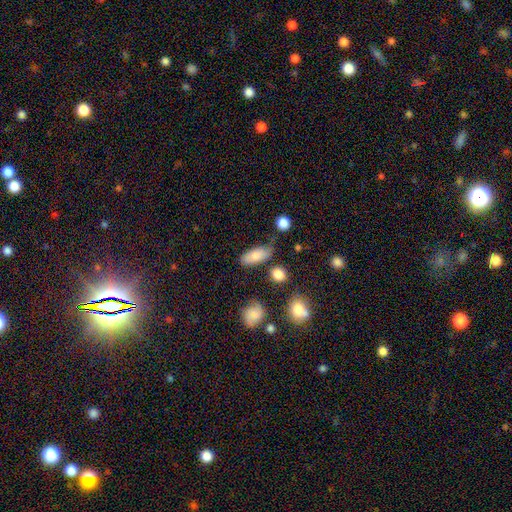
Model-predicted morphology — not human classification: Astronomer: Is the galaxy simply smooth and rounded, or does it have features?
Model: smooth — 79%.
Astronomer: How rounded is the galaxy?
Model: in between — 81%.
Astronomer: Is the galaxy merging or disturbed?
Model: none — 67%.